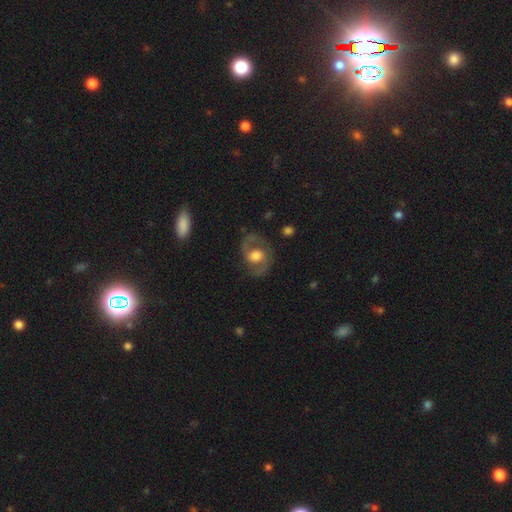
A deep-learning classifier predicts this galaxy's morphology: A featured or disk galaxy (68%) with no bar (62%), spiral arms (74%) and a moderate central bulge (47%). Merging: none (74%).